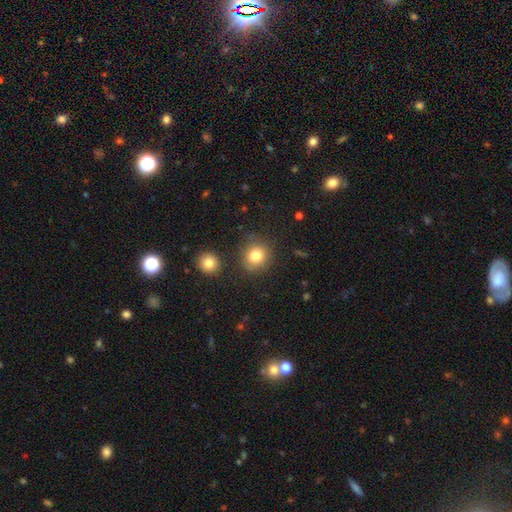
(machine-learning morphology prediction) Q: Smooth or featured?
A: smooth (80%); runner-up: star or artifact (12%)
Q: How rounded?
A: round (88%); runner-up: in between (11%)
Q: Merging?
A: none (83%); runner-up: minor disturbance (9%)